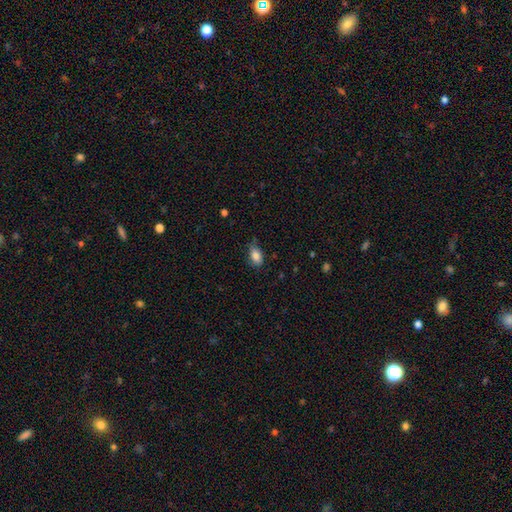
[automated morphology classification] smooth 85%, star or artifact 8%, featured or disk 6%. Down the decision tree: how rounded — in between (89%); merging — none (71%).